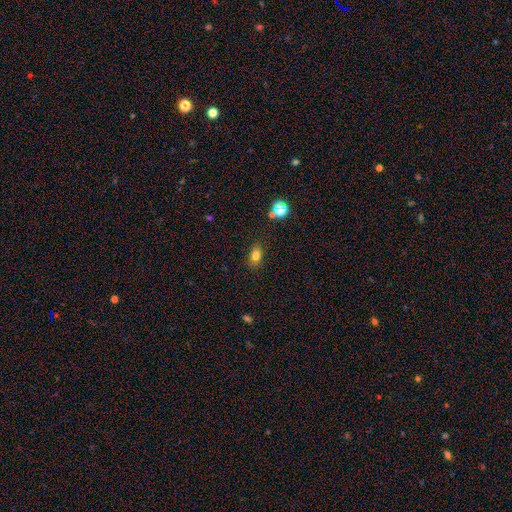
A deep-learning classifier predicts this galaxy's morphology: type=smooth (77%); roundness=in between (74%); merging=none (82%).